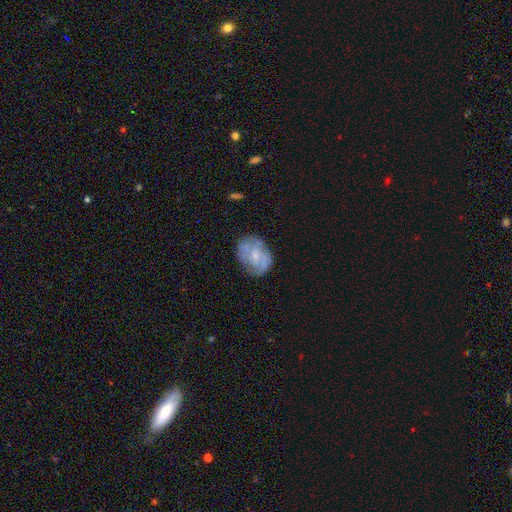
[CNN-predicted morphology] Q: Smooth or featured?
A: featured or disk (64%); runner-up: smooth (29%)
Q: Edge-on disk?
A: no (97%); runner-up: yes (3%)
Q: Bar?
A: no (64%); runner-up: weak (32%)
Q: Spiral arms?
A: yes (76%); runner-up: no (24%)
Q: Bulge size?
A: small (62%); runner-up: moderate (25%)
Q: Merging?
A: none (68%); runner-up: minor disturbance (22%)